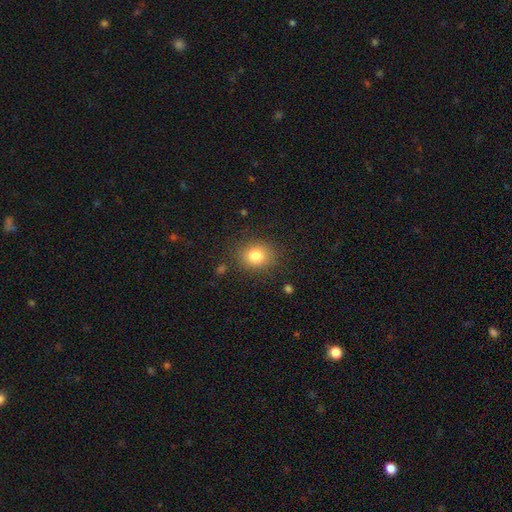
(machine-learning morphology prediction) This is clearly a smooth galaxy (81%). How rounded: likely round (62%). Merging: clearly none (83%).